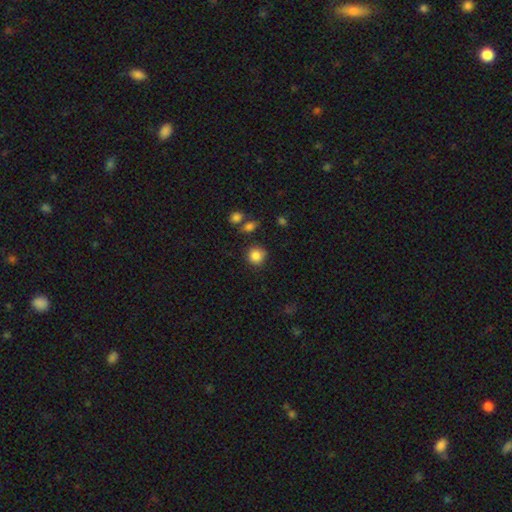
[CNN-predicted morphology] smooth_or_featured: smooth (p=0.85) [alt: star or artifact p=0.10]
how_rounded: round (p=0.90) [alt: in between p=0.09]
merging: none (p=0.82) [alt: minor disturbance p=0.11]